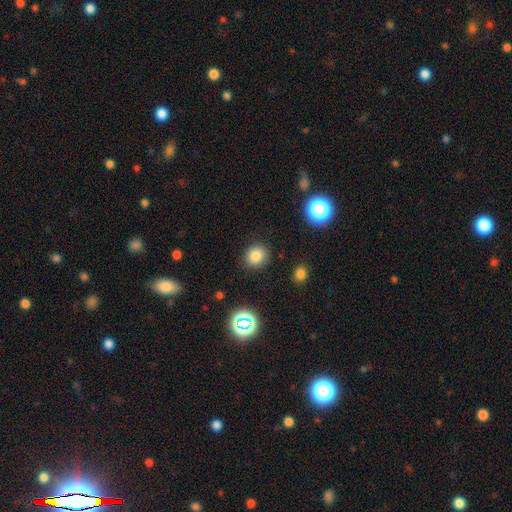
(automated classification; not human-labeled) smooth-or-featured: smooth: 80% | star or artifact: 14% | featured or disk: 6%
  how-rounded: round: 82% | in between: 17% | cigar-shaped: 1%
  merging: none: 87% | minor disturbance: 8% | major disturbance: 3% | merger: 2%